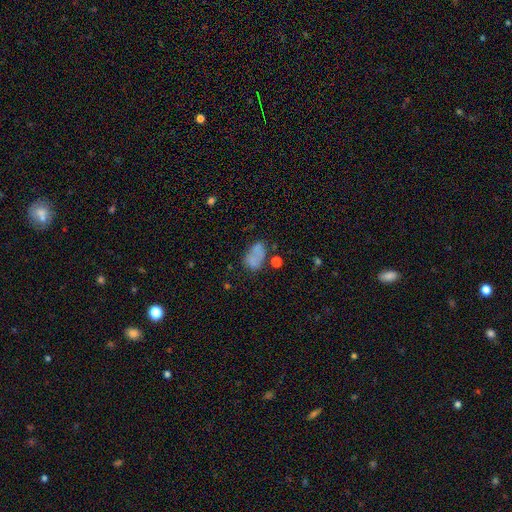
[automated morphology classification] smooth_or_featured: smooth (p=0.69) [alt: featured or disk p=0.18]
how_rounded: in between (p=0.85) [alt: round p=0.14]
merging: none (p=0.44) [alt: minor disturbance p=0.23]